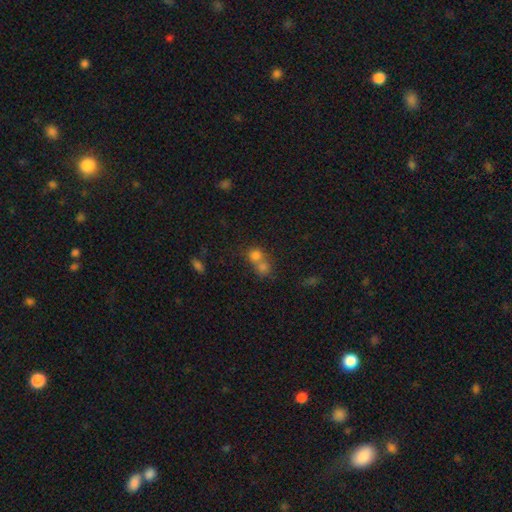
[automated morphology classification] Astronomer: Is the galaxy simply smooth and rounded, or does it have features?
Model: smooth — 75%.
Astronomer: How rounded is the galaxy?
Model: round — 75%.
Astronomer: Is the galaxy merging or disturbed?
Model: merger — 60%.